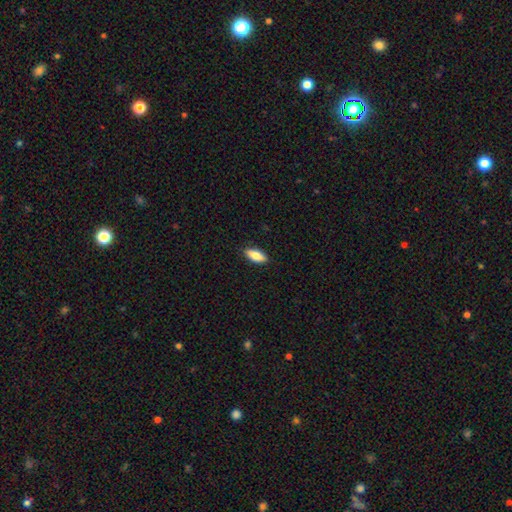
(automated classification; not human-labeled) A smooth galaxy with no disk features (81%) that is in between round and cigar-shaped (83%).

Vote fractions:
- Smooth or featured? smooth: 81% / featured or disk: 13% / star or artifact: 6%
- How rounded? in between: 83% / cigar-shaped: 15% / round: 2%
- Merging? none: 89% / minor disturbance: 8% / major disturbance: 2% / merger: 1%